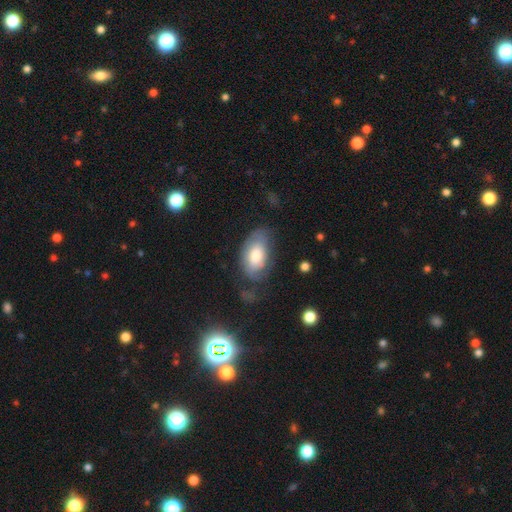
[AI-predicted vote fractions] Smooth or featured? Predicted: smooth (p=0.55). How rounded? Predicted: in between (p=0.93). Merging? Predicted: none (p=0.57).